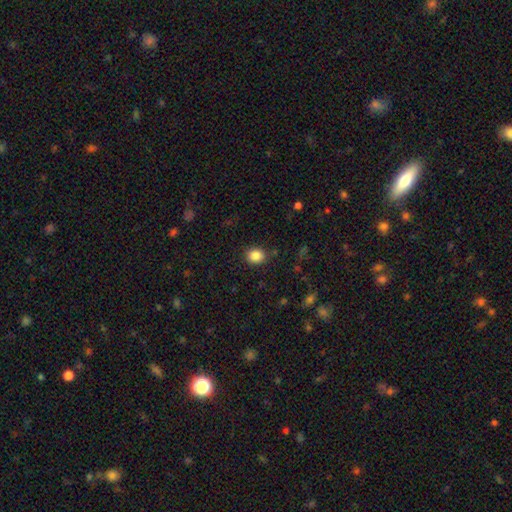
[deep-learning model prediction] Smooth or featured: smooth — 86% (star or artifact — 10%)
How rounded: round — 61% (in between — 38%)
Merging: none — 87% (minor disturbance — 9%)